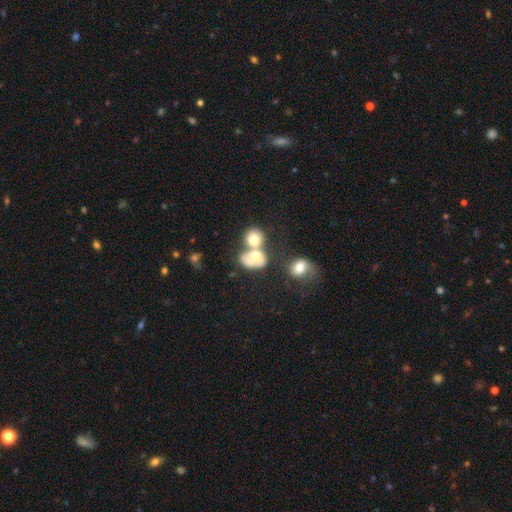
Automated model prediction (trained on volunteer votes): The model was most divided on "how rounded": in between: 50%, round: 48%, cigar-shaped: 1%. More confident: merging — merger (65%); smooth or featured — smooth (64%).